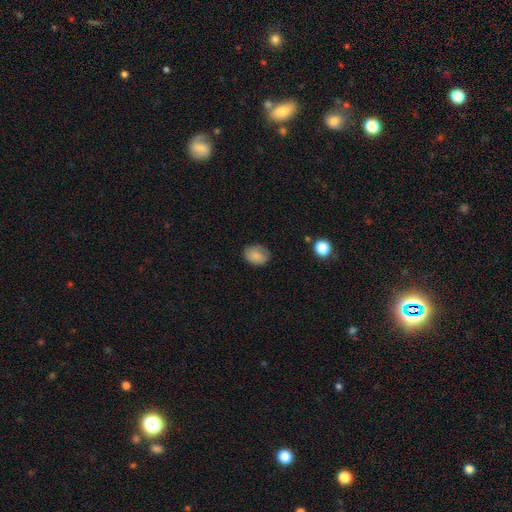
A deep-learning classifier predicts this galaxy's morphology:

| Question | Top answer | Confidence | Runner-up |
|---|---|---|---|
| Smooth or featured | smooth | 84% | star or artifact (8%) |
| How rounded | in between | 58% | round (41%) |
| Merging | none | 77% | minor disturbance (18%) |